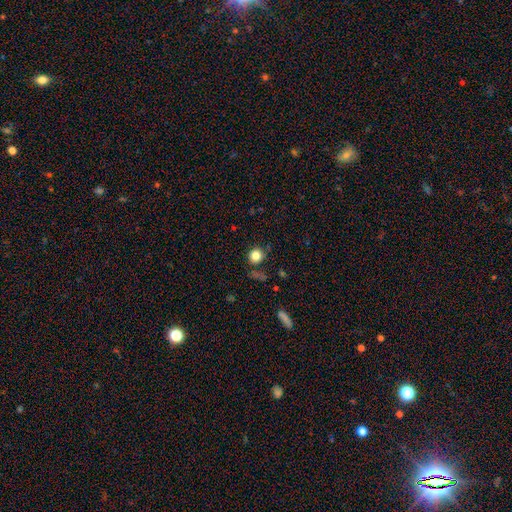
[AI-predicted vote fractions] Smooth or featured? smooth (82%)
How rounded? round (87%)
Merging? none (76%)